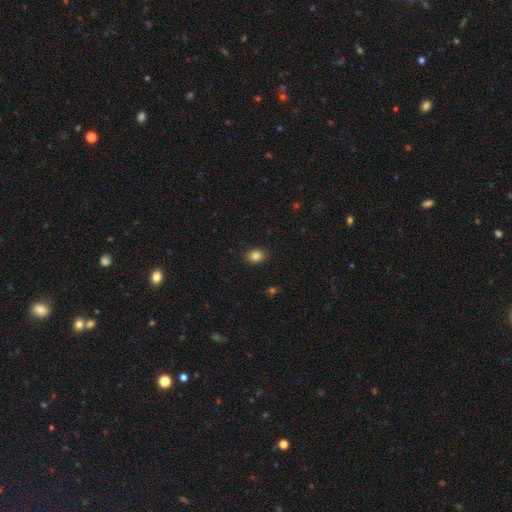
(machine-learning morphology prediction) Smooth or featured? smooth (85%)
How rounded? in between (60%)
Merging? none (87%)